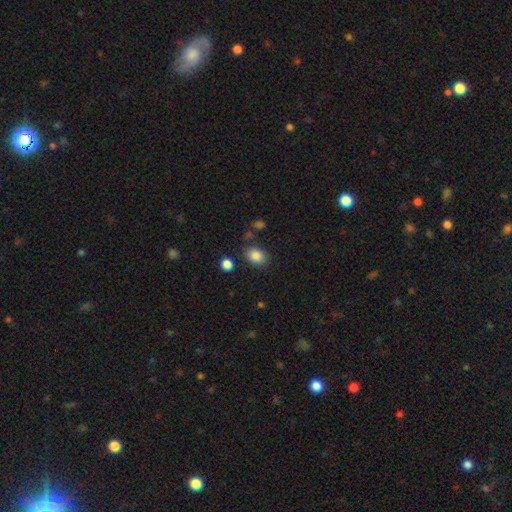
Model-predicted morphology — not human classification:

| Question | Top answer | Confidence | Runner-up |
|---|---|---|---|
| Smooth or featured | smooth | 85% | star or artifact (10%) |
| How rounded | in between | 56% | round (43%) |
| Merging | none | 80% | minor disturbance (12%) |